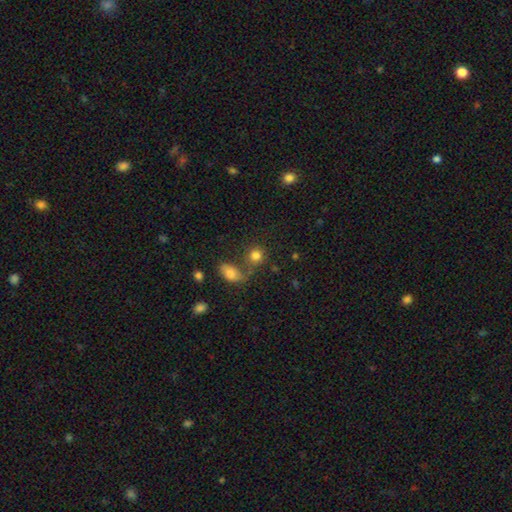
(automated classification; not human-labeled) Smooth or featured: smooth — 80% (star or artifact — 11%)
How rounded: round — 78% (in between — 21%)
Merging: none — 52% (merger — 31%)